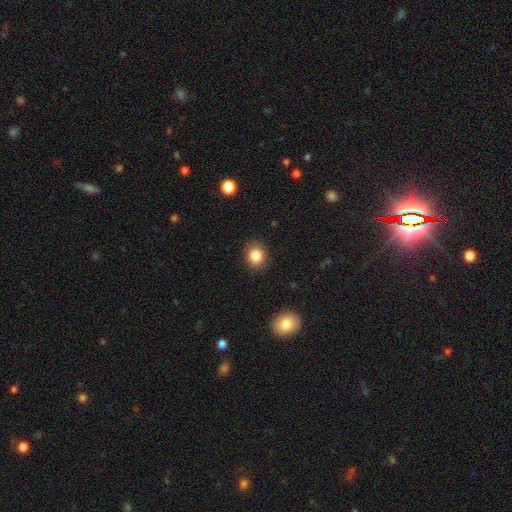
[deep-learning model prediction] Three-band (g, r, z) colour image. It shows a smooth galaxy with no disk features (85%) that is round (68%). Merging: none (89%).